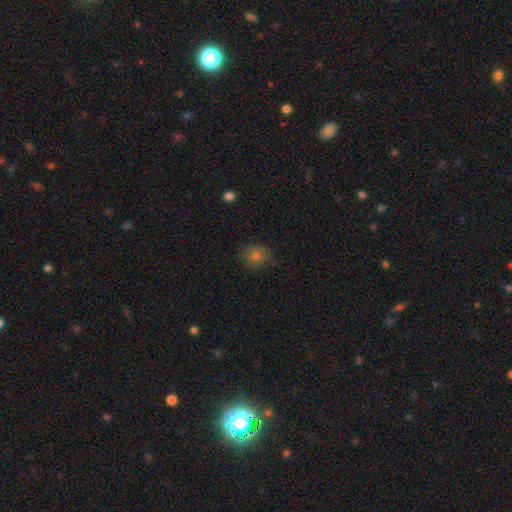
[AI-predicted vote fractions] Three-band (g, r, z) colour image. It shows a smooth galaxy with no disk features (75%) that is round (85%). Merging: none (81%).